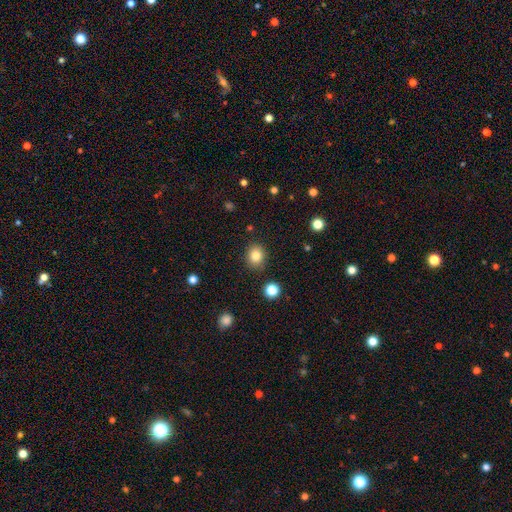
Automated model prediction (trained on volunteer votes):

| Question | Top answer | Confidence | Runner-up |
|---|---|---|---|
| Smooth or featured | smooth | 83% | star or artifact (11%) |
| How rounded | round | 70% | in between (29%) |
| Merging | none | 88% | minor disturbance (8%) |